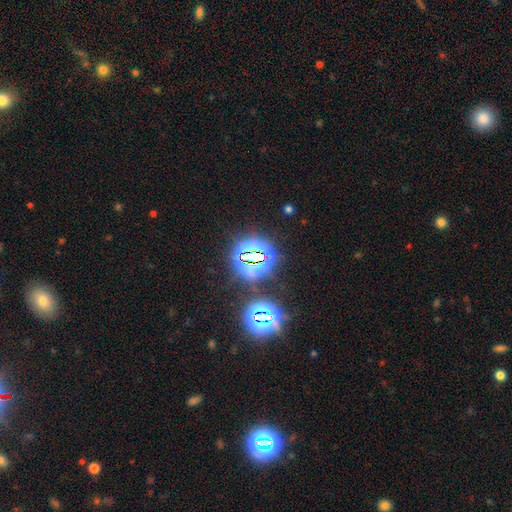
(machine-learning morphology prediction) Overall: star or artifact (81%).